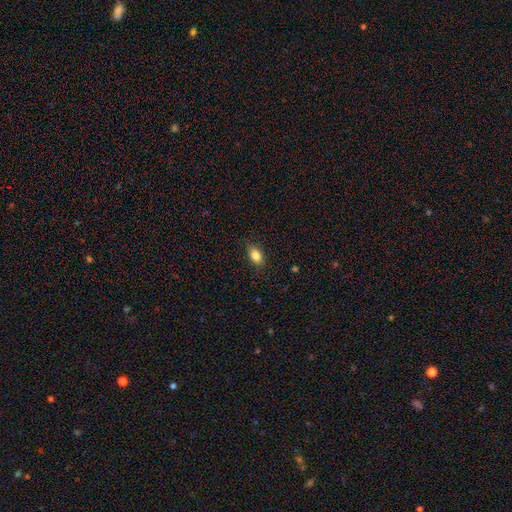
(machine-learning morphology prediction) This appears to be a smooth galaxy with no disk features (84%) that is in between round and cigar-shaped (83%). Merging: none (84%).